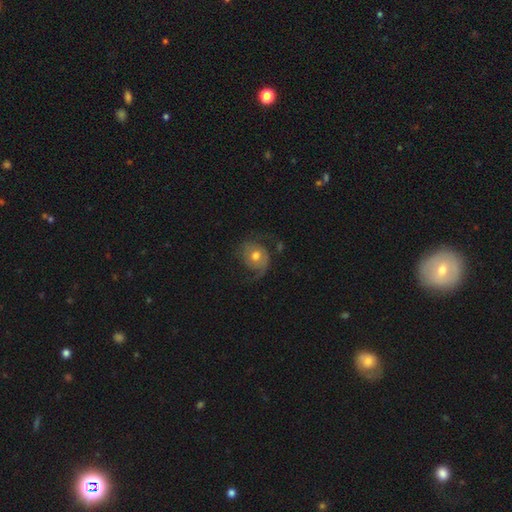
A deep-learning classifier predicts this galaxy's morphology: A featured or disk galaxy (65%) with no bar (76%), 2 (60%) medium (37%, tied with loose) spiral arms (84%) and a moderate central bulge (75%). Merging: none (52%).